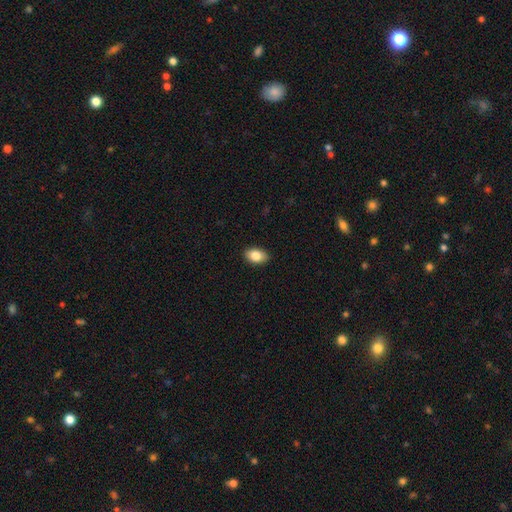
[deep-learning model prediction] Smooth or featured: smooth — 84% (featured or disk — 8%)
How rounded: in between — 88% (round — 11%)
Merging: none — 89% (minor disturbance — 8%)